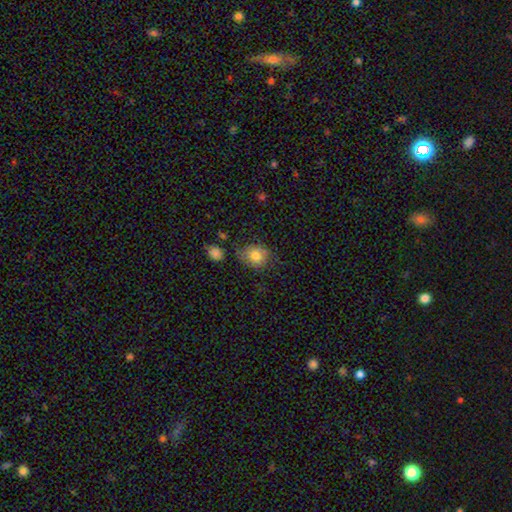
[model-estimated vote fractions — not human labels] This appears to be a smooth galaxy with no disk features (79%) that is round (63%). Merging: none (67%).